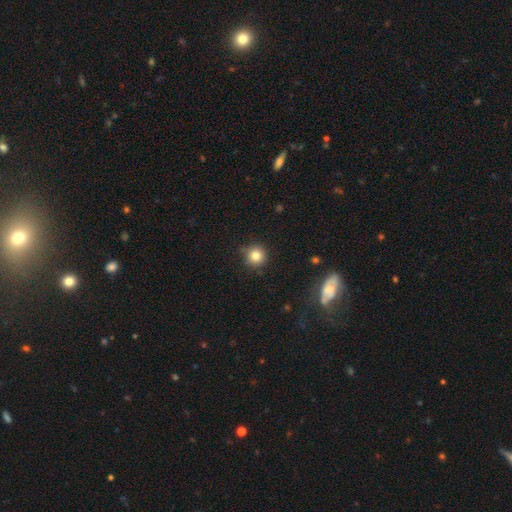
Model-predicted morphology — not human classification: Q: Smooth or featured?
A: smooth (82%); runner-up: star or artifact (12%)
Q: How rounded?
A: round (94%); runner-up: in between (5%)
Q: Merging?
A: none (85%); runner-up: minor disturbance (11%)